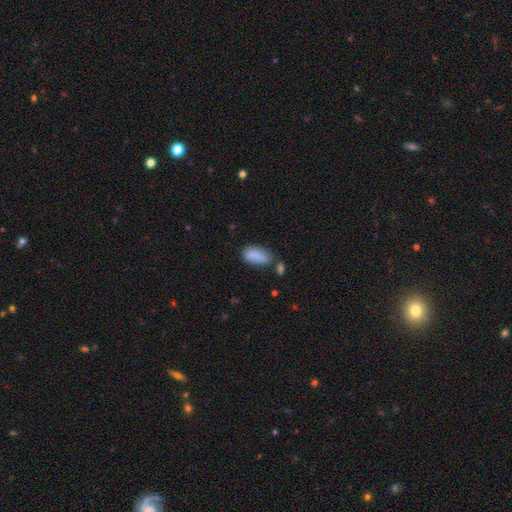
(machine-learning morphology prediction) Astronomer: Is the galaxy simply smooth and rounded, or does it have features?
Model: smooth — 86%.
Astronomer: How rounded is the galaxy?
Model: in between — 89%.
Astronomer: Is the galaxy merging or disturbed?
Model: none — 54%.